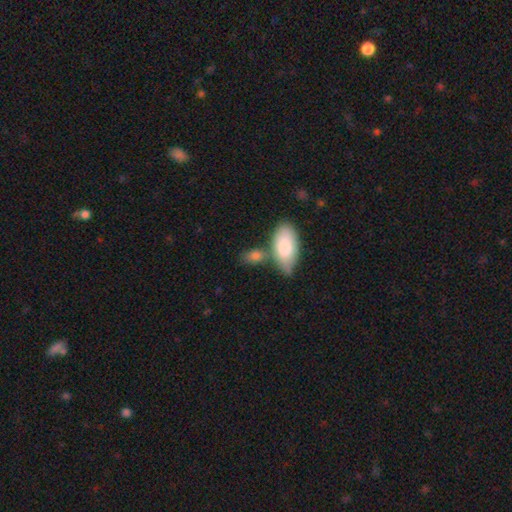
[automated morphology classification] A smooth galaxy with no disk features (81%) that is in between round and cigar-shaped (84%).

Vote fractions:
- Smooth or featured? smooth: 81% / featured or disk: 12% / star or artifact: 7%
- How rounded? in between: 84% / round: 9% / cigar-shaped: 7%
- Merging? none: 50% / merger: 29% / minor disturbance: 16% / major disturbance: 5%